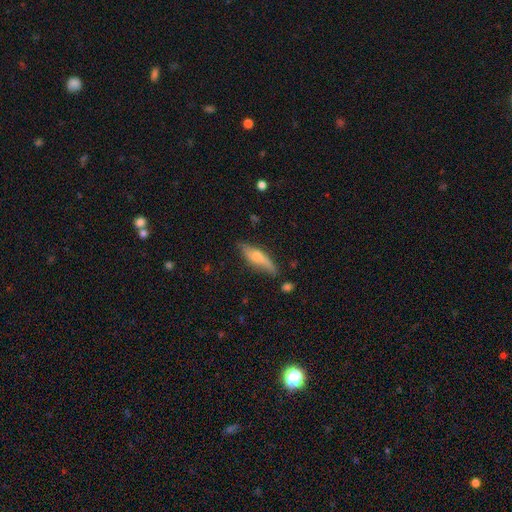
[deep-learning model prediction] smooth_or_featured: smooth (p=0.50) [alt: featured or disk p=0.43]
merging: none (p=0.70) [alt: minor disturbance p=0.22]